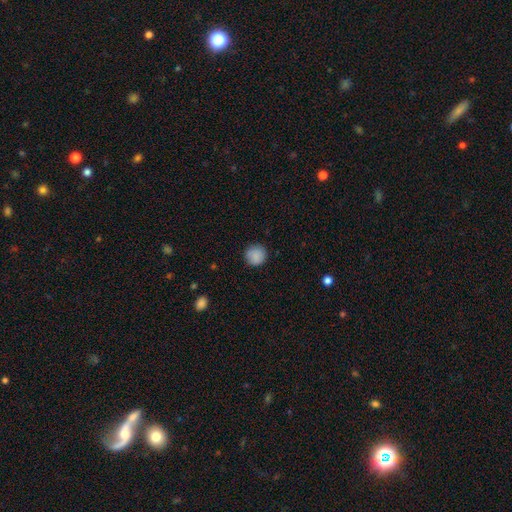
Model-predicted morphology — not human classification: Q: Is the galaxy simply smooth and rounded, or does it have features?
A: smooth — 88%.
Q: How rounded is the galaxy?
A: round — 94%.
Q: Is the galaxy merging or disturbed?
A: none — 89%.